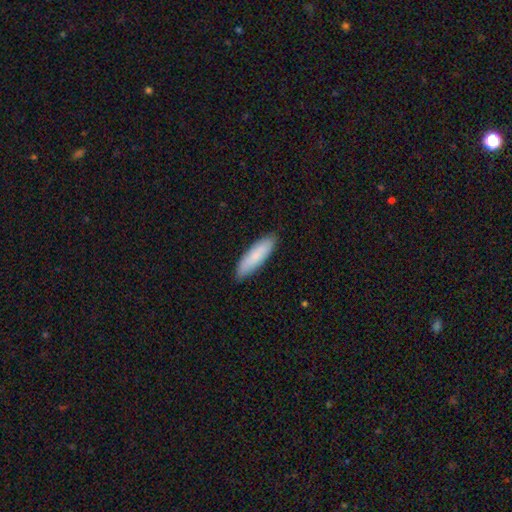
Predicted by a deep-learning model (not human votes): This is clearly a smooth galaxy (82%). How rounded: possibly cigar-shaped (59%). Merging: clearly none (87%).